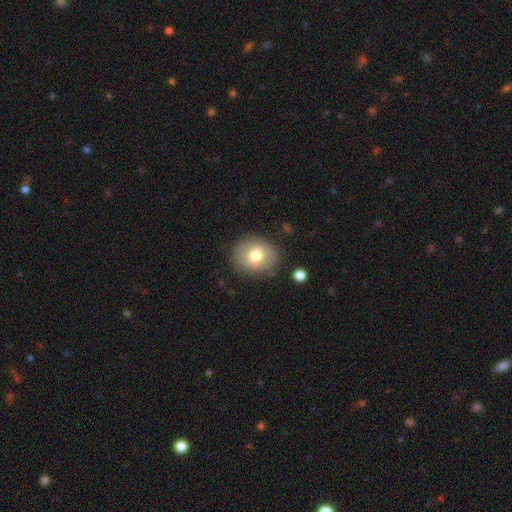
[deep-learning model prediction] Q: Smooth or featured?
A: smooth (66%); runner-up: featured or disk (26%)
Q: How rounded?
A: round (64%); runner-up: in between (35%)
Q: Merging?
A: none (80%); runner-up: minor disturbance (13%)